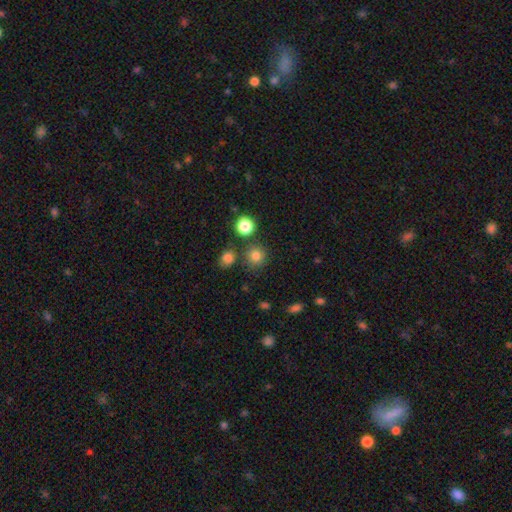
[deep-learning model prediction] This is likely a smooth galaxy (79%). How rounded: clearly round (91%). Merging: likely none (79%).